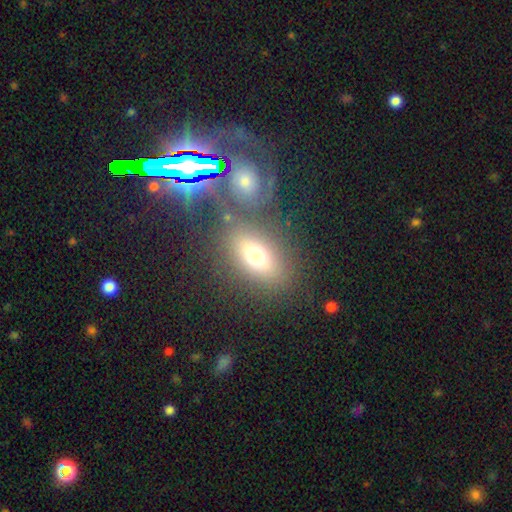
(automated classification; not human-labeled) smooth-or-featured: smooth: 64% | featured or disk: 18% | star or artifact: 18%
  how-rounded: in between: 77% | round: 15% | cigar-shaped: 8%
  merging: none: 72% | merger: 11% | minor disturbance: 11% | major disturbance: 5%